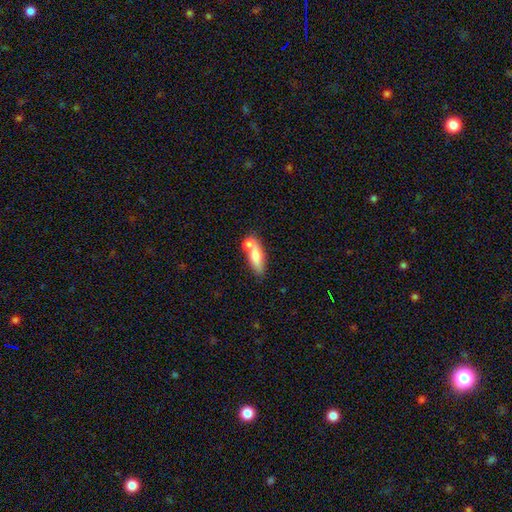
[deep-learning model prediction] A smooth galaxy with no disk features (70%) that is in between round and cigar-shaped (65%). Merging: merger (48%).